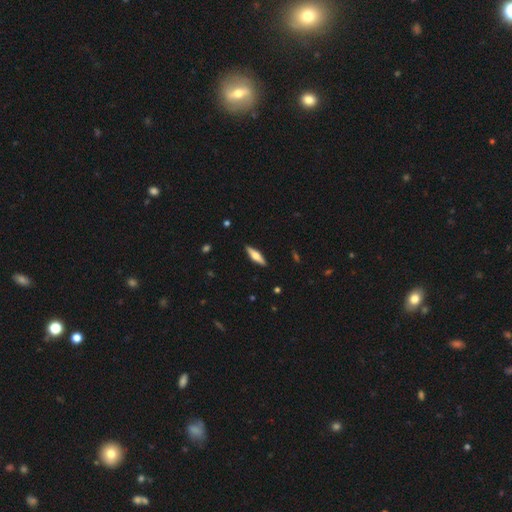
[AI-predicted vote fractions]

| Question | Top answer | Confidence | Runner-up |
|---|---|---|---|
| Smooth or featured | featured or disk | 53% | smooth (42%) |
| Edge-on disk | yes | 94% | no (6%) |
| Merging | none | 90% | minor disturbance (8%) |